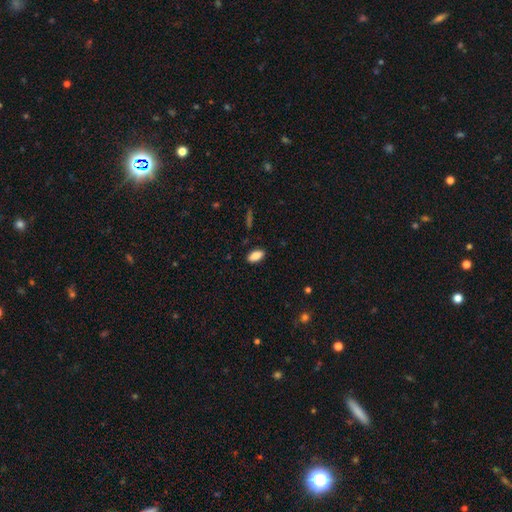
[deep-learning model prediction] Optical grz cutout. It shows a smooth galaxy with no disk features (85%) that is in between round and cigar-shaped (91%). Merging: none (88%).